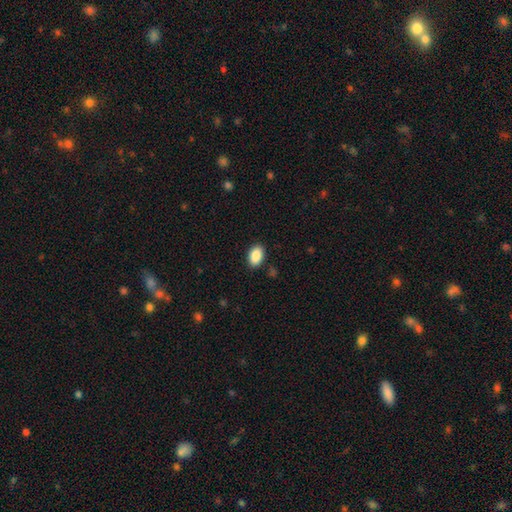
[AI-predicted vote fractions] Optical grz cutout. It shows a smooth galaxy with no disk features (90%) that is in between round and cigar-shaped (90%). Merging: none (88%).